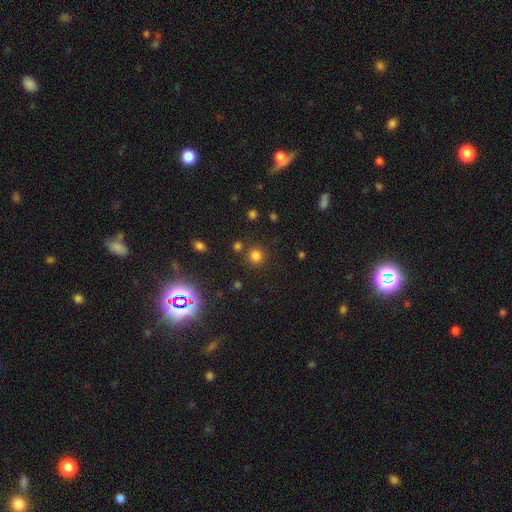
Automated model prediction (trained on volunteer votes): Q: Smooth or featured?
A: smooth (76%); runner-up: star or artifact (19%)
Q: How rounded?
A: round (91%); runner-up: in between (8%)
Q: Merging?
A: none (82%); runner-up: minor disturbance (7%)